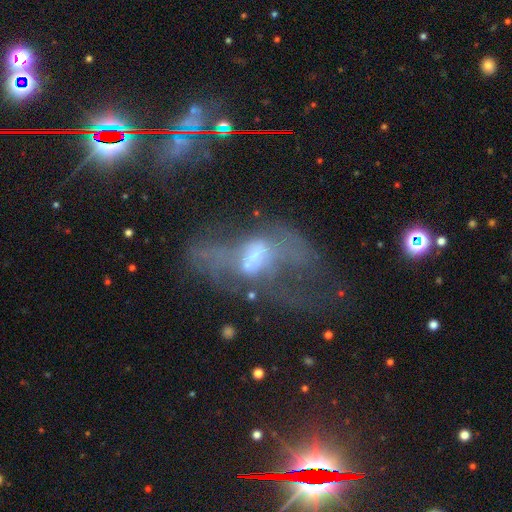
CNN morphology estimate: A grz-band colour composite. It shows a featured or disk galaxy (63%) with no bar (46%), no spiral arms (67%) and a moderate central bulge (35%). Merging: major disturbance (49%).